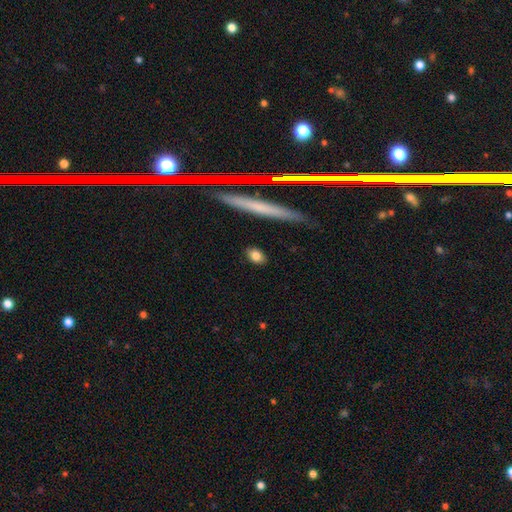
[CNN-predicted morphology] A smooth galaxy with no disk features (82%) that is in between round and cigar-shaped (67%).

Vote fractions:
- Smooth or featured? smooth: 82% / featured or disk: 11% / star or artifact: 8%
- How rounded? in between: 67% / round: 26% / cigar-shaped: 7%
- Merging? none: 87% / minor disturbance: 9% / major disturbance: 2% / merger: 2%